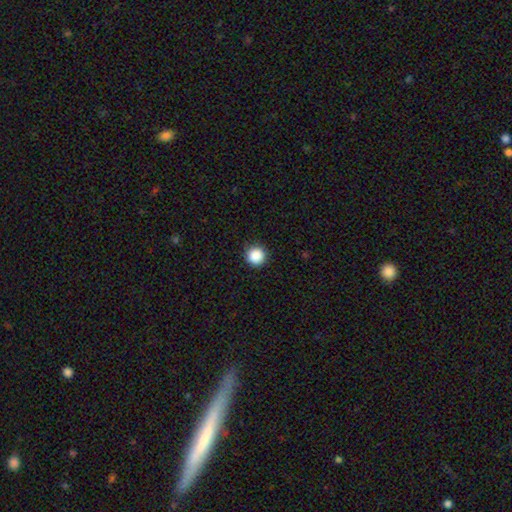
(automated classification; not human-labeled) smooth 88%, star or artifact 9%, featured or disk 3%. Down the decision tree: how rounded — round (96%); merging — none (92%).